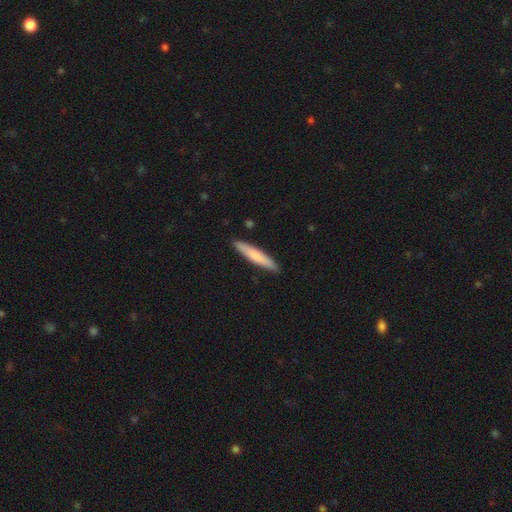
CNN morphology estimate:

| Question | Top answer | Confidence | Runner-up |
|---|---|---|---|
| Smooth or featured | smooth | 74% | featured or disk (21%) |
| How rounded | cigar-shaped | 91% | in between (8%) |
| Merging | none | 89% | minor disturbance (8%) |